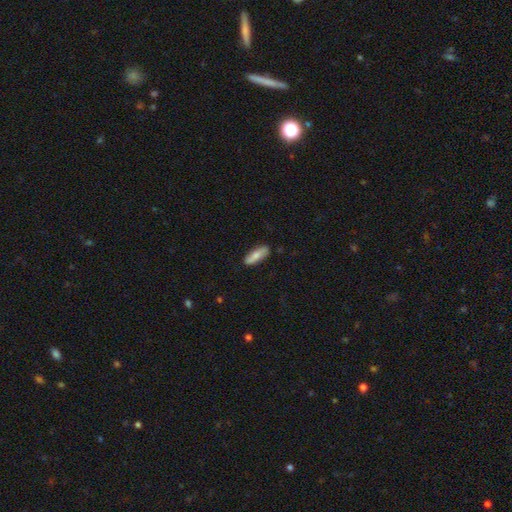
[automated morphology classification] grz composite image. It shows a smooth galaxy with no disk features (74%) that is in between round and cigar-shaped (57%). Merging: none (86%).